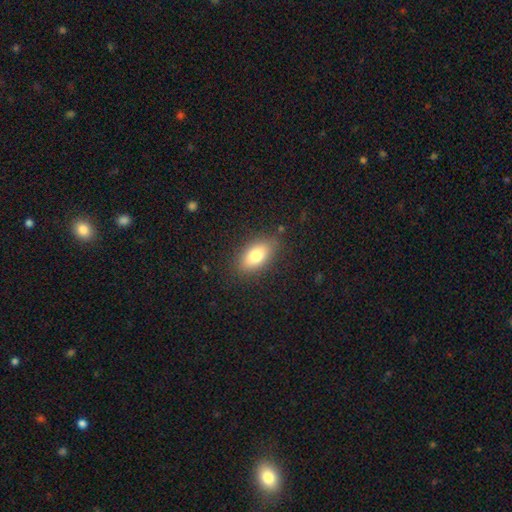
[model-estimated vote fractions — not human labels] Morphology: type=smooth (78%); roundness=in between (88%); merging=none (84%).